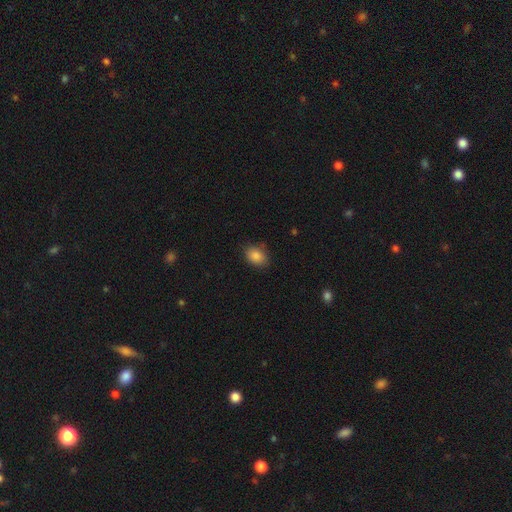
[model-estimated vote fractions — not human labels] This is clearly a smooth galaxy (87%). How rounded: likely in between (70%). Merging: clearly none (81%).